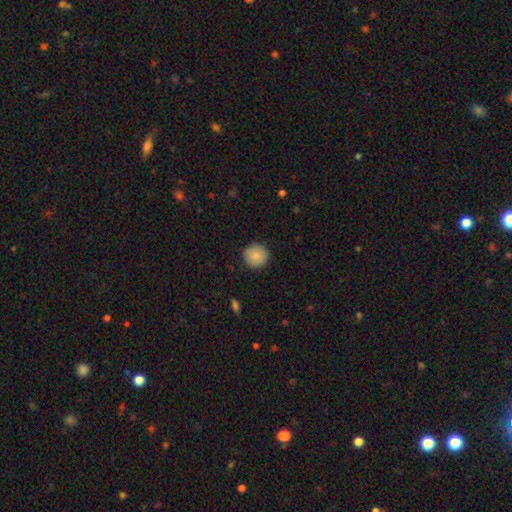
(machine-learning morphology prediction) This appears to be a smooth galaxy with no disk features (83%) that is round (95%). Merging: none (90%).